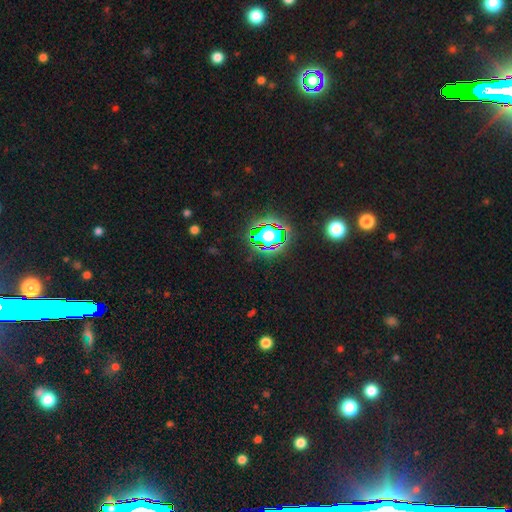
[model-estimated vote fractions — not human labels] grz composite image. It shows a star or artifact, not a galaxy (82%).